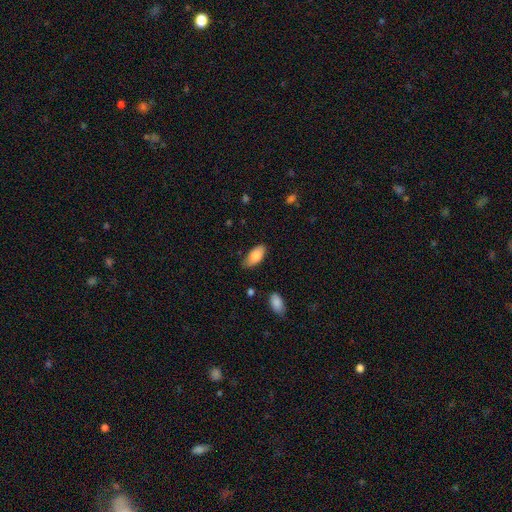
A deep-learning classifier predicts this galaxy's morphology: Smooth or featured?
  - smooth: 83% *
  - featured or disk: 11%
  - star or artifact: 6%
How rounded?
  - in between: 91% *
  - cigar-shaped: 7%
  - round: 2%
Merging?
  - none: 71% *
  - minor disturbance: 24%
  - major disturbance: 4%
  - merger: 2%